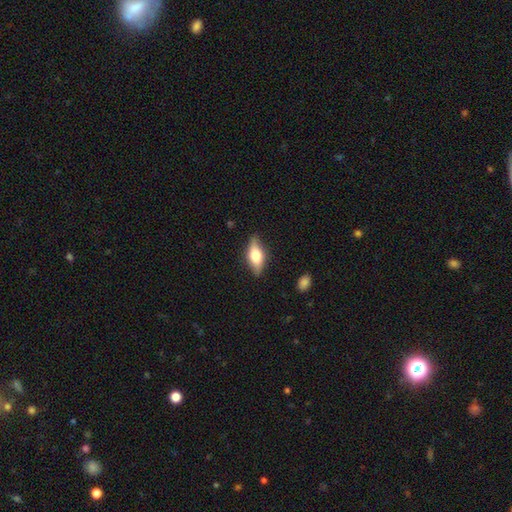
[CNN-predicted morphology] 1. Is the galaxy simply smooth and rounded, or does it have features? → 50% smooth, 44% featured or disk, 7% star or artifact.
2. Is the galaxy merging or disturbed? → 83% none, 13% minor disturbance, 3% major disturbance, 1% merger.